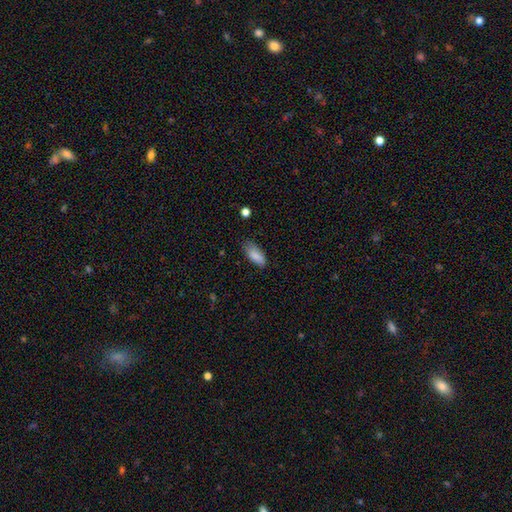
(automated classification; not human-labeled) The model was most divided on "merging": none: 66%, minor disturbance: 27%, major disturbance: 5%, merger: 2%. More confident: smooth or featured — smooth (87%); how rounded — in between (80%).